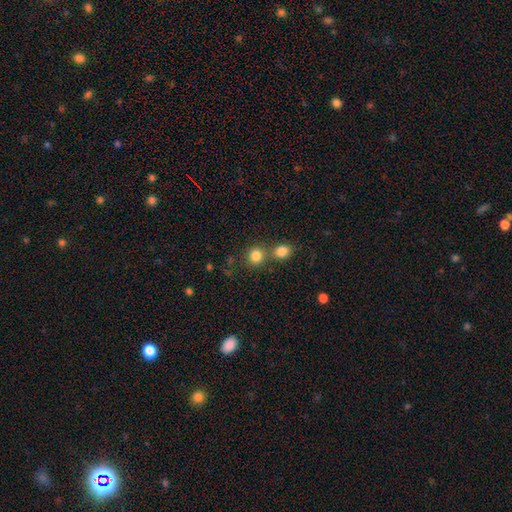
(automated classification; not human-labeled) Smooth or featured?
  - smooth: 82% *
  - star or artifact: 12%
  - featured or disk: 6%
How rounded?
  - round: 86% *
  - in between: 14%
  - cigar-shaped: 1%
Merging?
  - none: 61% *
  - merger: 29%
  - minor disturbance: 7%
  - major disturbance: 3%